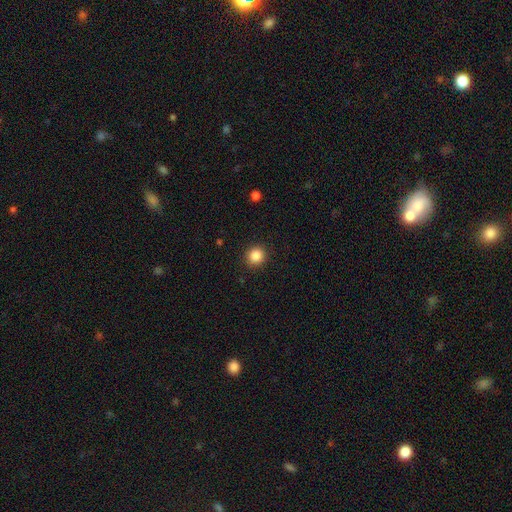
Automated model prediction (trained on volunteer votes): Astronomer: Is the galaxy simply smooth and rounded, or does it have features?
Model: smooth — 86%.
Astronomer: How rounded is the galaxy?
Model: round — 91%.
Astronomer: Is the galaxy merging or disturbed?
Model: none — 91%.